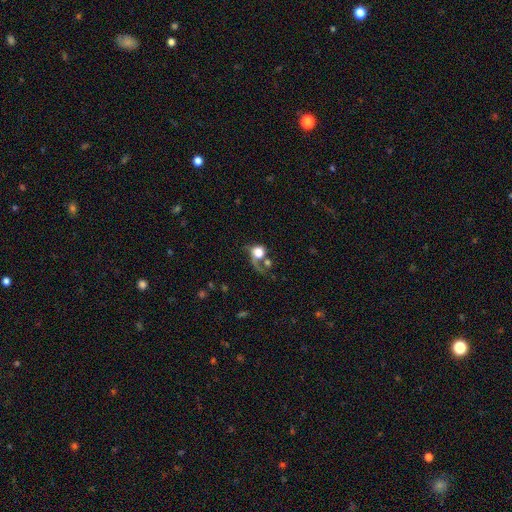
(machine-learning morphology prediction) Smooth or featured? smooth (46%)
Merging? major disturbance (38%)